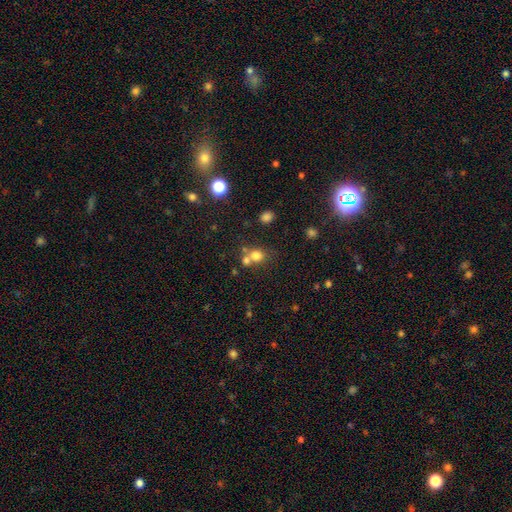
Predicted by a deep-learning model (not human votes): smooth_or_featured: smooth (p=0.75) [alt: star or artifact p=0.15]
how_rounded: round (p=0.76) [alt: in between p=0.23]
merging: none (p=0.46) [alt: merger p=0.42]